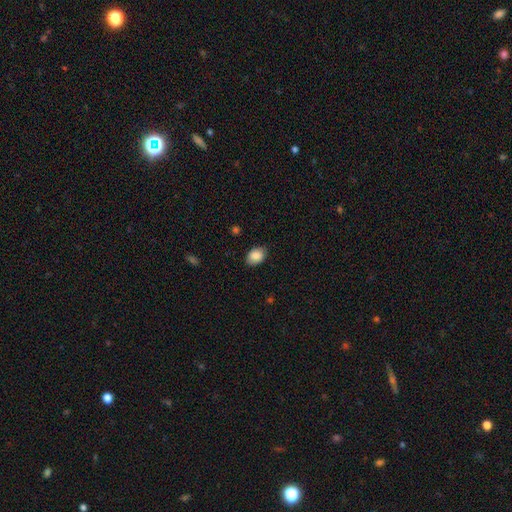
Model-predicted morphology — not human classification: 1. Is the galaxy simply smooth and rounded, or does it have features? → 88% smooth, 7% star or artifact, 5% featured or disk.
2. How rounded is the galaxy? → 80% in between, 19% round, 1% cigar-shaped.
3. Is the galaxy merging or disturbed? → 84% none, 13% minor disturbance, 3% major disturbance, 1% merger.